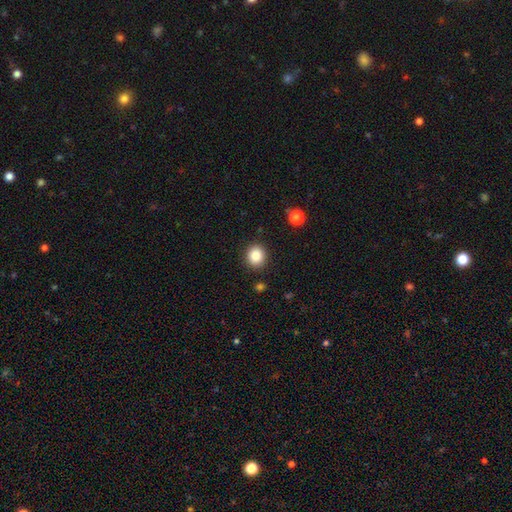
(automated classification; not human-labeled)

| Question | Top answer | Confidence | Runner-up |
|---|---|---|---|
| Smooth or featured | smooth | 86% | star or artifact (10%) |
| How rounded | round | 82% | in between (17%) |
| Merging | none | 89% | minor disturbance (7%) |